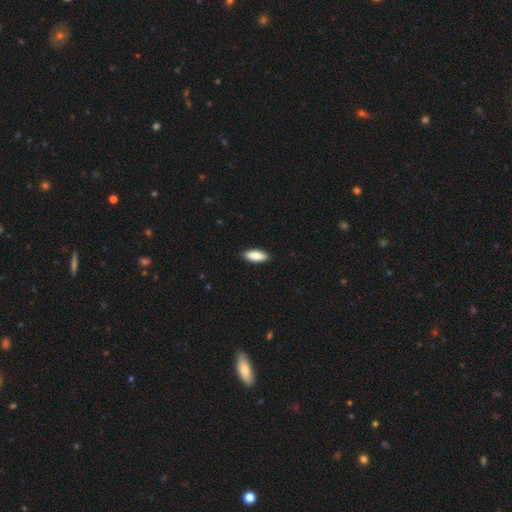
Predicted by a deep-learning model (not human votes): smooth_or_featured: smooth (p=0.85) [alt: featured or disk p=0.09]
how_rounded: in between (p=0.75) [alt: cigar-shaped p=0.23]
merging: none (p=0.90) [alt: minor disturbance p=0.07]